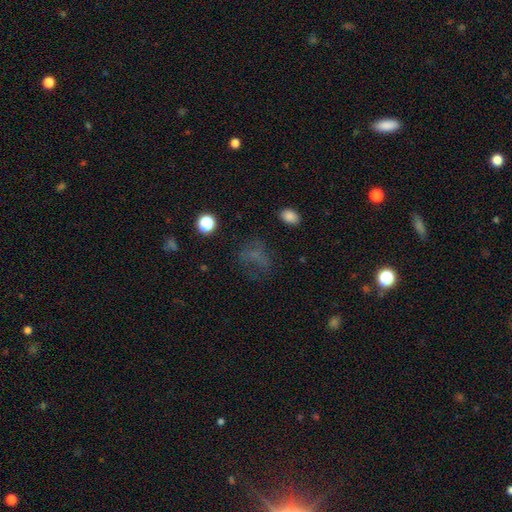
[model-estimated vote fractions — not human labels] A smooth galaxy with no disk features (52%) that is in between round and cigar-shaped (53%). Merging: none (52%).